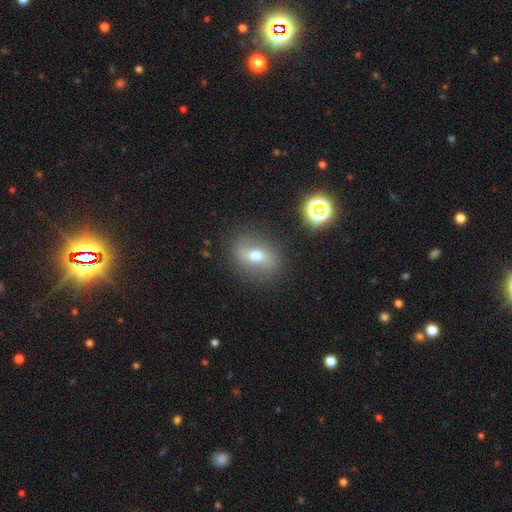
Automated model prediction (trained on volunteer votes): Smooth or featured? smooth (46%)
Merging? none (84%)